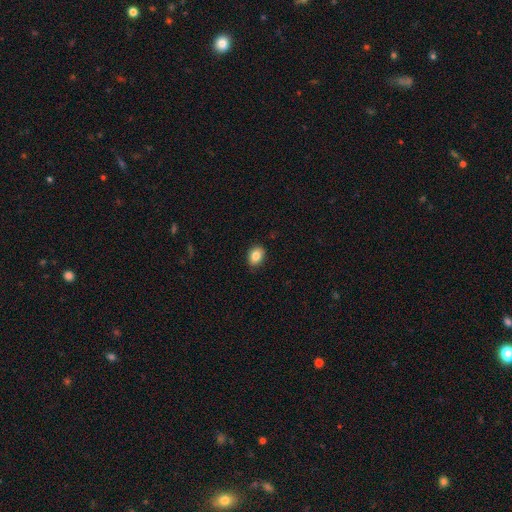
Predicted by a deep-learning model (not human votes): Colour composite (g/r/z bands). It shows a smooth galaxy with no disk features (84%) that is in between round and cigar-shaped (69%). Merging: none (87%).